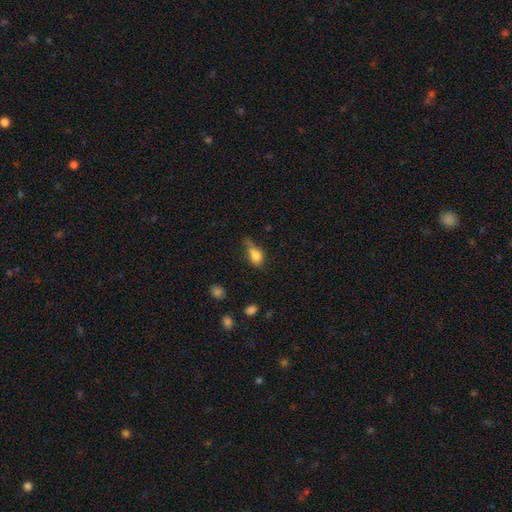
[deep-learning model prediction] smooth_or_featured: smooth (p=0.77) [alt: featured or disk p=0.13]
how_rounded: in between (p=0.71) [alt: round p=0.23]
merging: minor disturbance (p=0.37) [alt: none p=0.30]